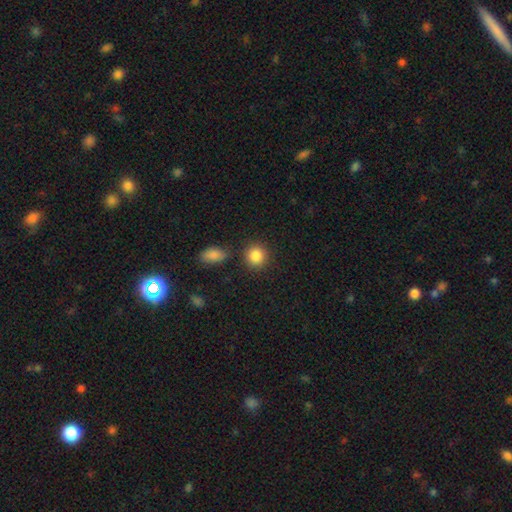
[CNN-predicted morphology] Smooth or featured? smooth (86%)
How rounded? round (87%)
Merging? none (83%)